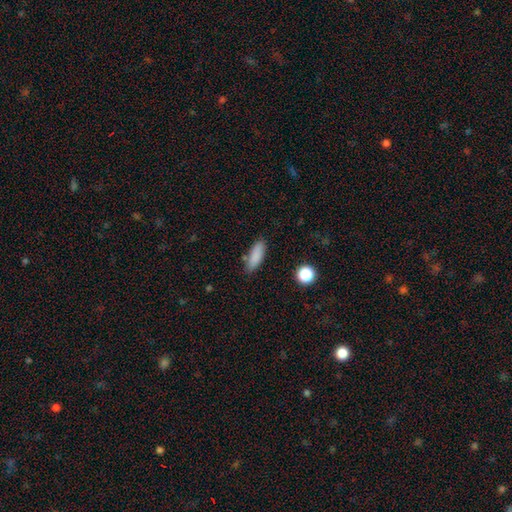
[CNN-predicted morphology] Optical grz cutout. It shows a smooth galaxy with no disk features (86%) that is in between round and cigar-shaped (63%). Merging: none (79%).